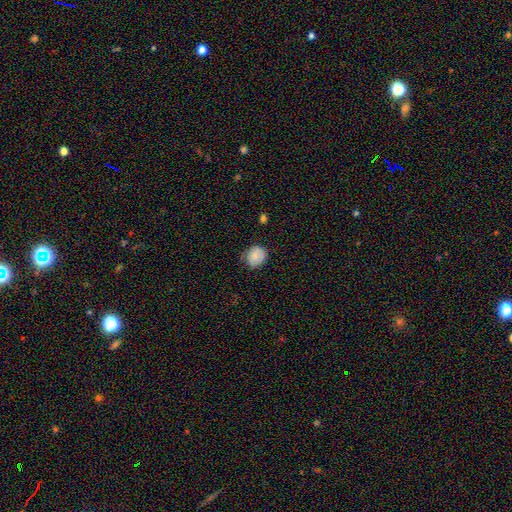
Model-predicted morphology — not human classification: Smooth or featured?
  - smooth: 82% *
  - featured or disk: 11%
  - star or artifact: 8%
How rounded?
  - round: 64% *
  - in between: 35%
  - cigar-shaped: 1%
Merging?
  - none: 66% *
  - minor disturbance: 28%
  - major disturbance: 5%
  - merger: 1%